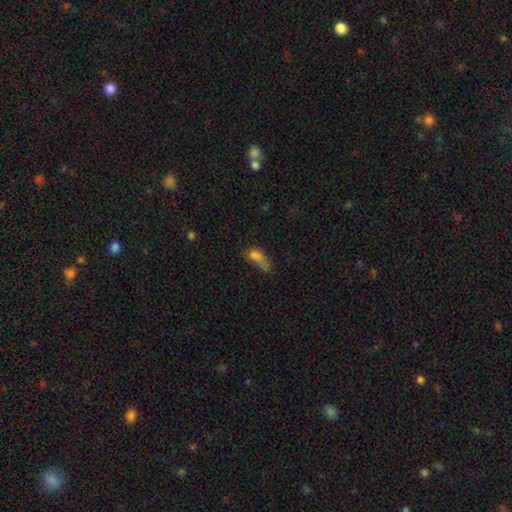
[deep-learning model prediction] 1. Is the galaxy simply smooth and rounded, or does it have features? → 70% smooth, 16% featured or disk, 14% star or artifact.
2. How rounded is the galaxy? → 78% in between, 14% cigar-shaped, 8% round.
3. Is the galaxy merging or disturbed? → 34% major disturbance, 25% minor disturbance, 23% none, 18% merger.